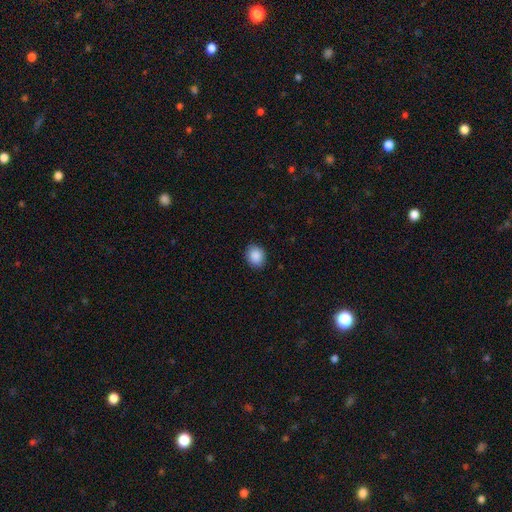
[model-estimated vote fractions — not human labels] Smooth or featured? Predicted: smooth (p=0.89). How rounded? Predicted: round (p=0.54). Merging? Predicted: none (p=0.89).